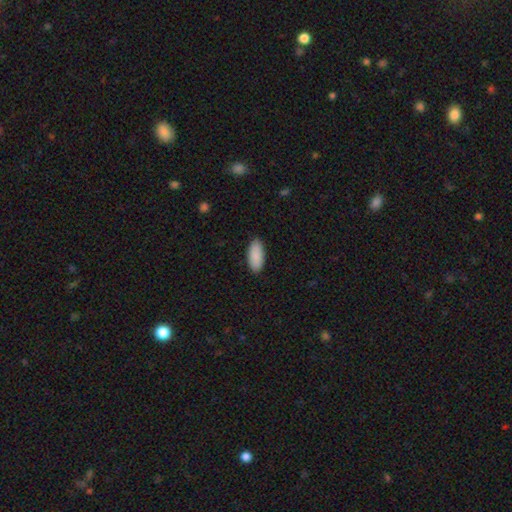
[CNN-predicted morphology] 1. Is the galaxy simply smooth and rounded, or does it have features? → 91% smooth, 6% star or artifact, 4% featured or disk.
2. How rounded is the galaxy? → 90% in between, 8% cigar-shaped, 2% round.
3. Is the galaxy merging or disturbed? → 89% none, 8% minor disturbance, 2% major disturbance, 1% merger.